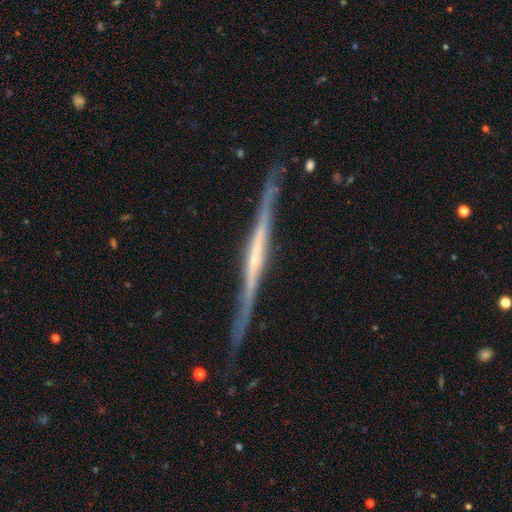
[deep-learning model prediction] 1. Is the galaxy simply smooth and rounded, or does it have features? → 81% featured or disk, 13% smooth, 5% star or artifact.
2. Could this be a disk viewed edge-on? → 97% yes, 3% no.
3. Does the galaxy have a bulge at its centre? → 55% none, 31% rounded, 14% boxy.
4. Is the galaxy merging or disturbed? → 77% none, 17% minor disturbance, 4% major disturbance, 2% merger.